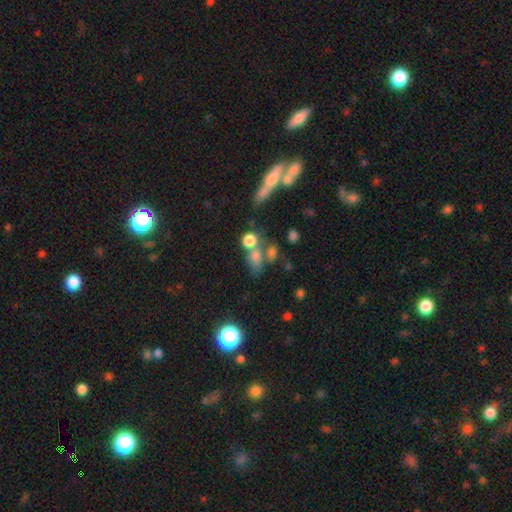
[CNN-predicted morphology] A smooth galaxy with no disk features (67%) that is round (51%).

Vote fractions:
- Smooth or featured? smooth: 67% / star or artifact: 19% / featured or disk: 14%
- How rounded? round: 51% / in between: 42% / cigar-shaped: 7%
- Merging? none: 41% / merger: 38% / minor disturbance: 12% / major disturbance: 9%